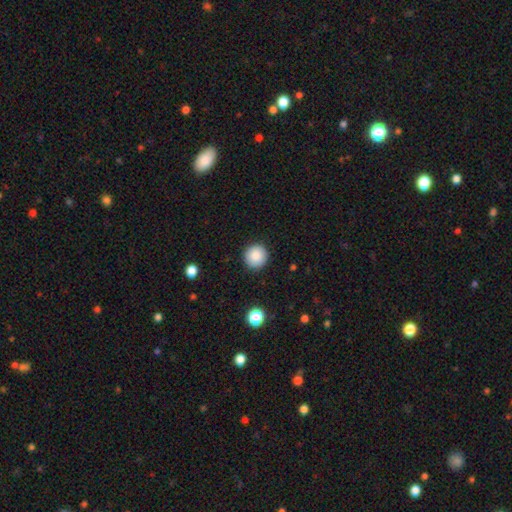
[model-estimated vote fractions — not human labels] Smooth or featured?
  - smooth: 87% *
  - star or artifact: 9%
  - featured or disk: 4%
How rounded?
  - round: 95% *
  - in between: 4%
  - cigar-shaped: 1%
Merging?
  - none: 91% *
  - minor disturbance: 6%
  - major disturbance: 2%
  - merger: 1%